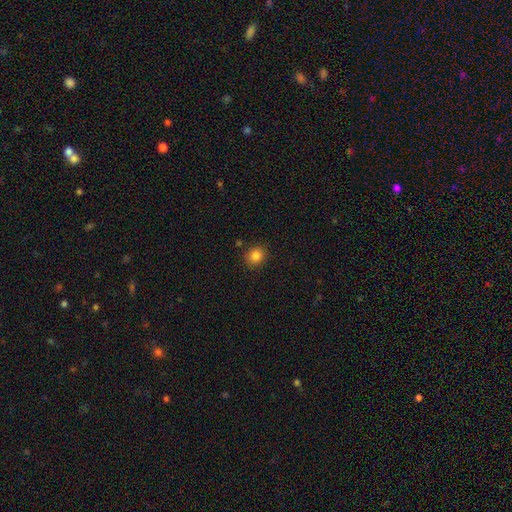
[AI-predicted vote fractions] Overall: smooth (84%). How rounded: round (79%). Merging: none (87%).